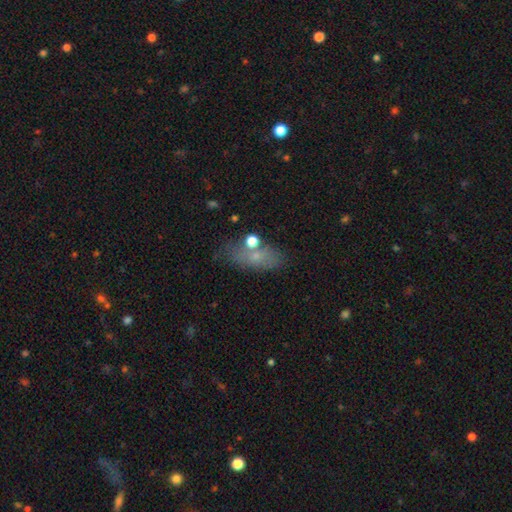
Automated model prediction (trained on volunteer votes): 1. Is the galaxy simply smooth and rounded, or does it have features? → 63% smooth, 21% featured or disk, 16% star or artifact.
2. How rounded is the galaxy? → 76% in between, 16% cigar-shaped, 9% round.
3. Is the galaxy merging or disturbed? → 69% none, 16% minor disturbance, 8% merger, 7% major disturbance.